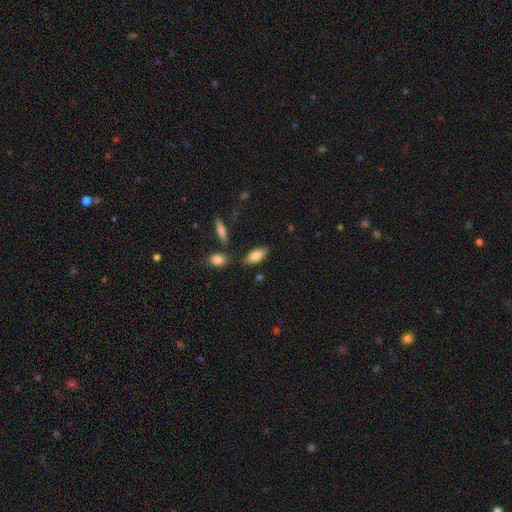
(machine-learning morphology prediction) Q: Smooth or featured?
A: smooth (81%); runner-up: featured or disk (12%)
Q: How rounded?
A: in between (85%); runner-up: cigar-shaped (12%)
Q: Merging?
A: none (78%); runner-up: minor disturbance (13%)